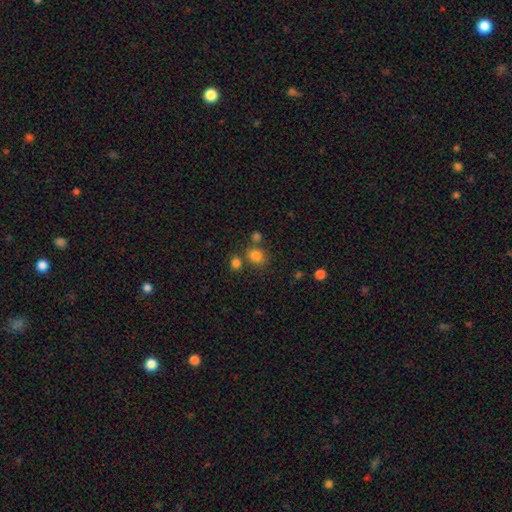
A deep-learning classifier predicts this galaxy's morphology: This appears to be a smooth galaxy with no disk features (81%) that is round (70%). Merging: none (68%).